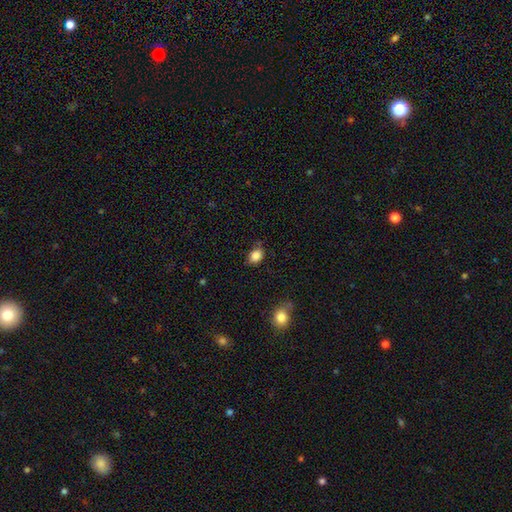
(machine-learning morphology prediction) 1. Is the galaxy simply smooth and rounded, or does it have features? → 85% smooth, 9% star or artifact, 5% featured or disk.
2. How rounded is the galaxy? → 64% in between, 35% round, 1% cigar-shaped.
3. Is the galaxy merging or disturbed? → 69% none, 24% minor disturbance, 5% major disturbance, 2% merger.